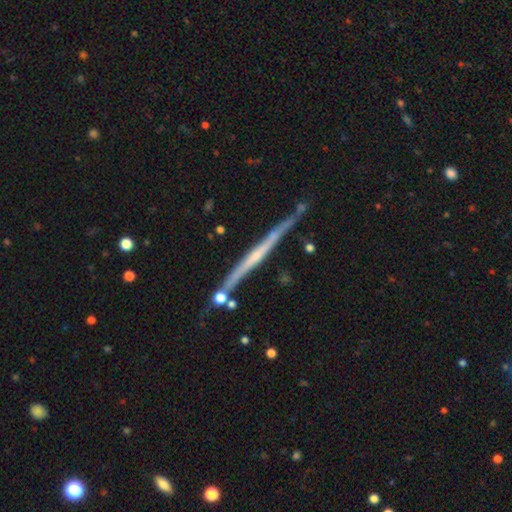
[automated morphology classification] Q: Smooth or featured?
A: featured or disk (74%); runner-up: smooth (19%)
Q: Edge-on disk?
A: yes (97%); runner-up: no (3%)
Q: Edge-on bulge?
A: none (68%); runner-up: rounded (24%)
Q: Merging?
A: none (81%); runner-up: minor disturbance (12%)